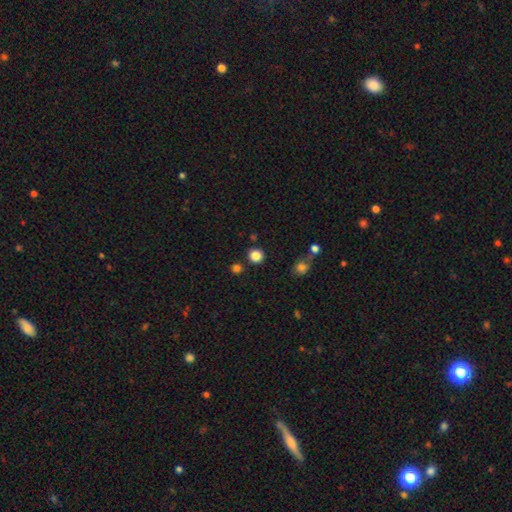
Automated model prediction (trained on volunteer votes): Overall: smooth (84%). How rounded: round (93%). Merging: none (87%).